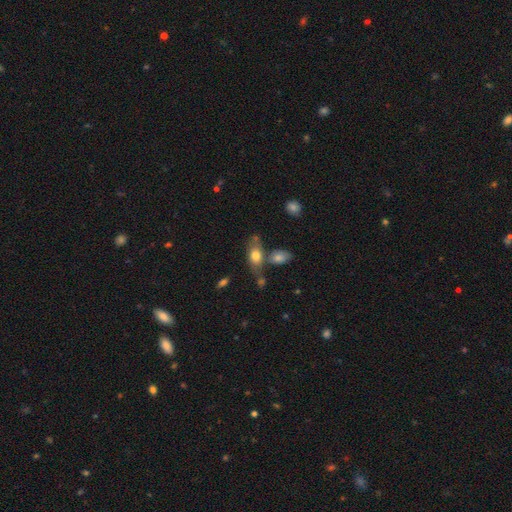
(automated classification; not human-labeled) Smooth or featured? Predicted: smooth (p=0.72). How rounded? Predicted: in between (p=0.85). Merging? Predicted: none (p=0.51).